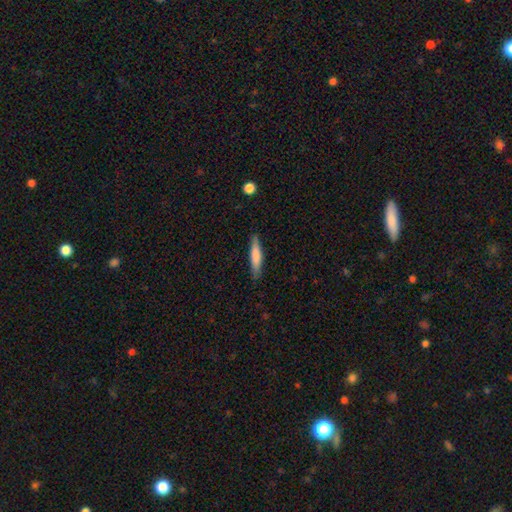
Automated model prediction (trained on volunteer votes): This is likely a smooth galaxy (73%). How rounded: clearly cigar-shaped (85%). Merging: clearly none (85%).